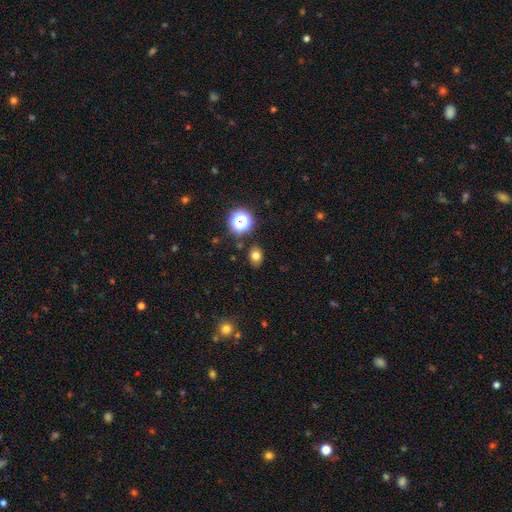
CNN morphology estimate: This appears to be a smooth galaxy with no disk features (75%) that is round (51%). Merging: none (84%).